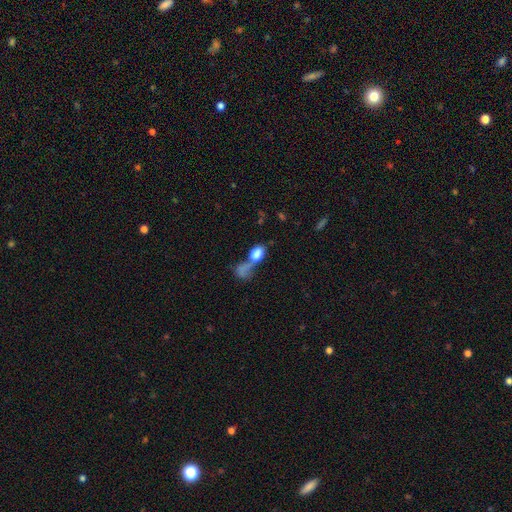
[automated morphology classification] Q: Smooth or featured?
A: smooth (77%); runner-up: featured or disk (13%)
Q: How rounded?
A: in between (76%); runner-up: round (19%)
Q: Merging?
A: merger (58%); runner-up: none (18%)